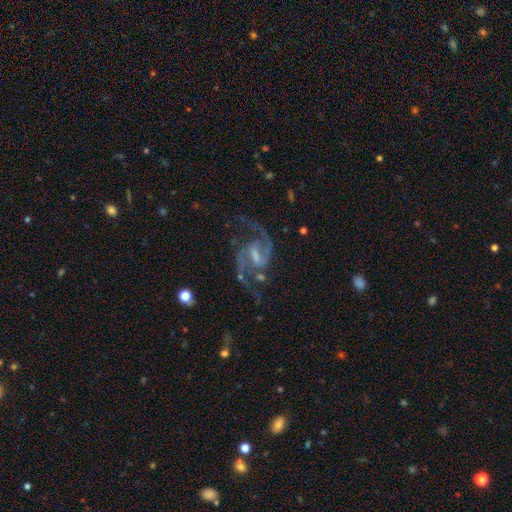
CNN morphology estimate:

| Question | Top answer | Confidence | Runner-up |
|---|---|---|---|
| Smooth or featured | featured or disk | 92% | star or artifact (5%) |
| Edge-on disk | no | 98% | yes (2%) |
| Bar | weak | 56% | strong (31%) |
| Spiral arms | yes | 98% | no (2%) |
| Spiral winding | medium | 58% | loose (31%) |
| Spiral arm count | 2 | 92% | 3 (2%) |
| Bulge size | small | 45% | moderate (29%) |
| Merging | none | 70% | minor disturbance (15%) |